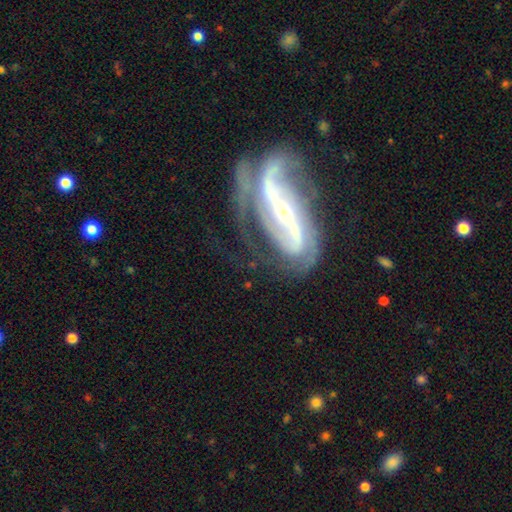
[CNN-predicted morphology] A featured or disk galaxy (90%) with a strong bar (63%), 2 (70%) medium (42%) spiral arms (96%) and a small central bulge (71%).

Vote fractions:
- Smooth or featured? featured or disk: 90% / star or artifact: 6% / smooth: 5%
- Edge-on disk? no: 91% / yes: 9%
- Bar? strong: 63% / weak: 20% / no: 17%
- Spiral arms? yes: 96% / no: 4%
- Spiral winding? medium: 42% / loose: 30% / tight: 28%
- Spiral arm count? 2: 70% / can't tell: 9% / 3: 9% / 1: 4% / 4: 4% / more than 4: 3%
- Bulge size? small: 71% / moderate: 25% / large: 2% / none: 2% / dominant: 1%
- Merging? none: 55% / minor disturbance: 21% / major disturbance: 19% / merger: 4%